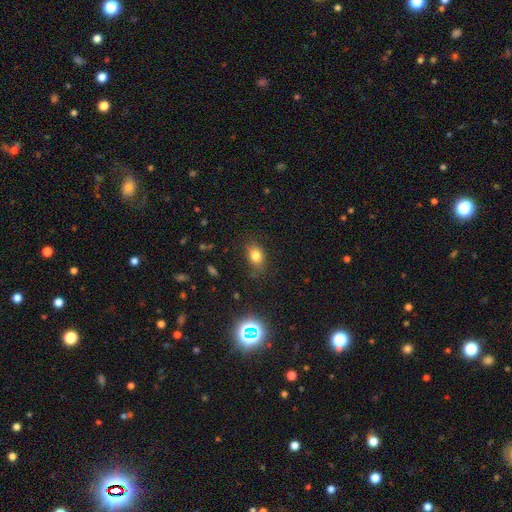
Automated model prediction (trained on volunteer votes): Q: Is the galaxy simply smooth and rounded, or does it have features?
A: smooth — 76%.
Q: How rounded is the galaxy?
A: in between — 72%.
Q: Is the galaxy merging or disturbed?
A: none — 76%.